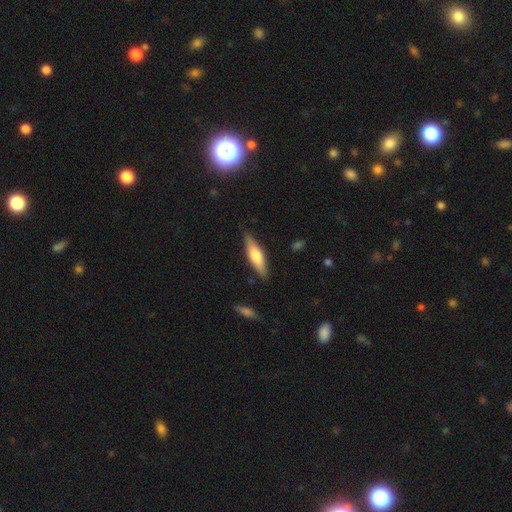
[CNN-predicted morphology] A smooth galaxy with no disk features (55%) that is cigar-shaped (67%). Merging: none (84%).